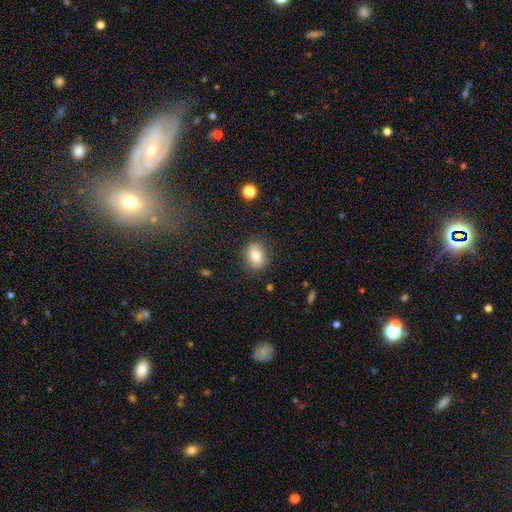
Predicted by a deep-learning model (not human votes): This is likely a smooth galaxy (78%). How rounded: likely in between (65%). Merging: clearly none (84%).